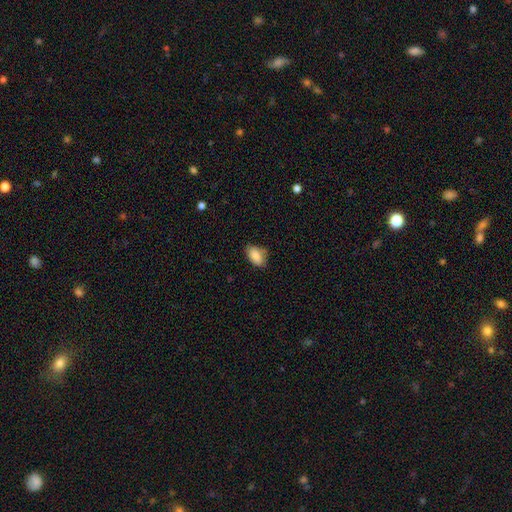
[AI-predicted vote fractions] A smooth galaxy with no disk features (86%) that is in between round and cigar-shaped (91%).

Vote fractions:
- Smooth or featured? smooth: 86% / star or artifact: 7% / featured or disk: 7%
- How rounded? in between: 91% / round: 7% / cigar-shaped: 2%
- Merging? none: 71% / minor disturbance: 23% / major disturbance: 4% / merger: 2%